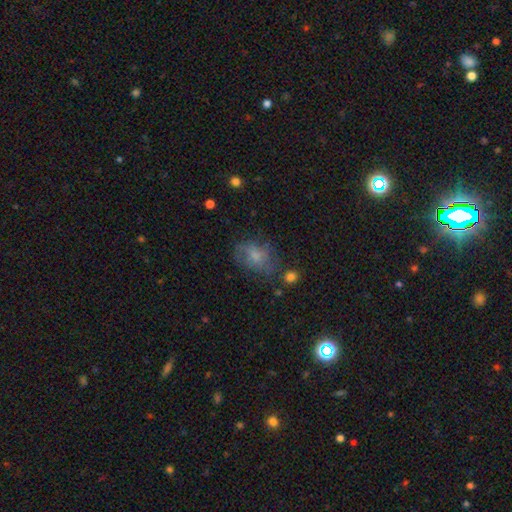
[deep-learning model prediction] Smooth or featured: smooth — 58% (featured or disk — 30%)
How rounded: in between — 69% (round — 30%)
Merging: none — 51% (minor disturbance — 26%)